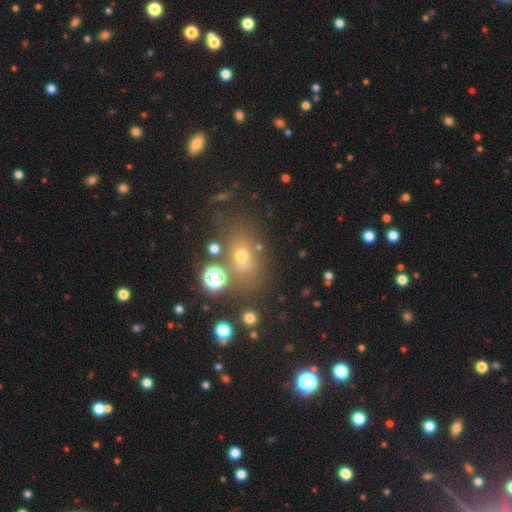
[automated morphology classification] This appears to be a star or artifact, not a galaxy (43%).